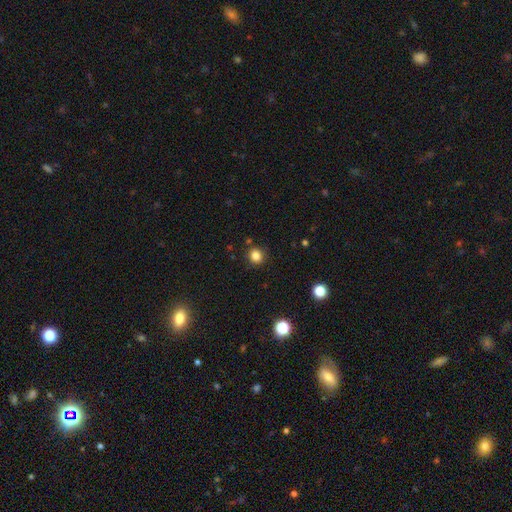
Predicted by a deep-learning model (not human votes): A smooth galaxy with no disk features (83%) that is round (83%). Merging: none (86%).